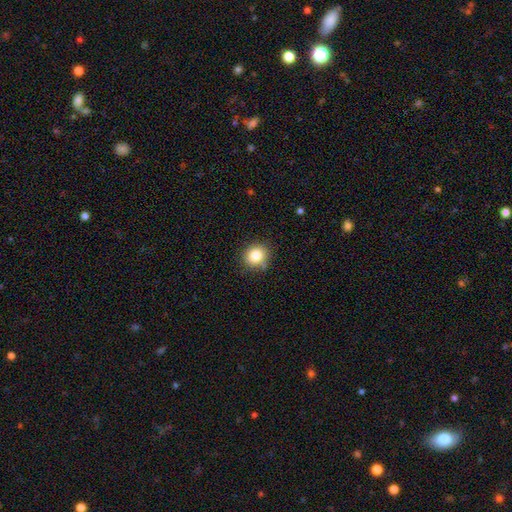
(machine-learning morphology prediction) smooth-or-featured: smooth: 83% | star or artifact: 11% | featured or disk: 6%
  how-rounded: round: 81% | in between: 18% | cigar-shaped: 1%
  merging: none: 80% | minor disturbance: 14% | major disturbance: 3% | merger: 3%